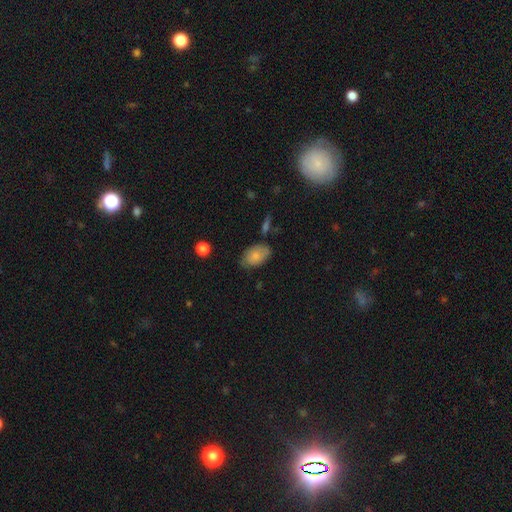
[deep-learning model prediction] Overall: smooth (79%). How rounded: in between (90%). Merging: none (67%).